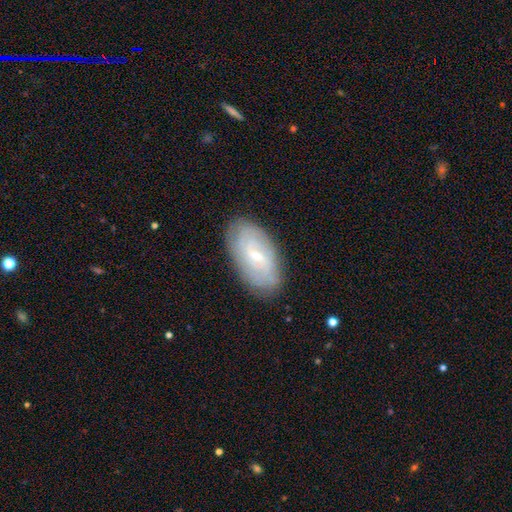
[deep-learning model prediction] Smooth or featured: featured or disk — 61% (smooth — 31%)
Edge-on disk: no — 92% (yes — 8%)
Bar: weak — 56% (no — 27%)
Spiral arms: yes — 77% (no — 23%)
Bulge size: small — 60% (moderate — 33%)
Merging: none — 81% (minor disturbance — 14%)